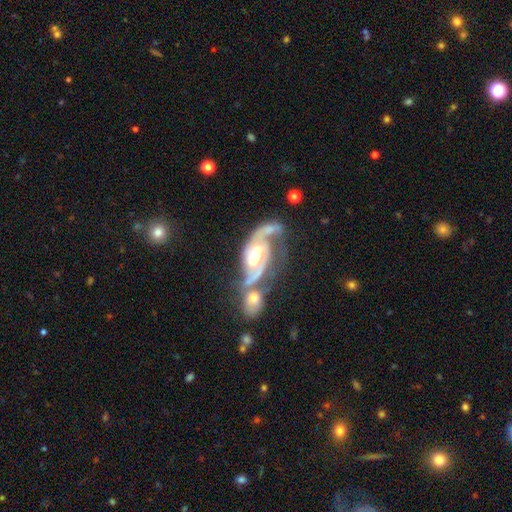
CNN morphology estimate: Smooth or featured?
  - featured or disk: 89% *
  - smooth: 6%
  - star or artifact: 5%
Edge-on disk?
  - no: 96% *
  - yes: 4%
Bar?
  - weak: 44% *
  - strong: 29%
  - no: 28%
Spiral arms?
  - yes: 97% *
  - no: 3%
Spiral winding?
  - medium: 51% *
  - tight: 29%
  - loose: 20%
Spiral arm count?
  - 2: 86% *
  - can't tell: 5%
  - 1: 4%
  - 3: 3%
  - 4: 1%
  - more than 4: 1%
Bulge size?
  - moderate: 61% *
  - large: 22%
  - small: 13%
  - none: 2%
  - dominant: 2%
Merging?
  - merger: 42% *
  - none: 30%
  - major disturbance: 14%
  - minor disturbance: 14%